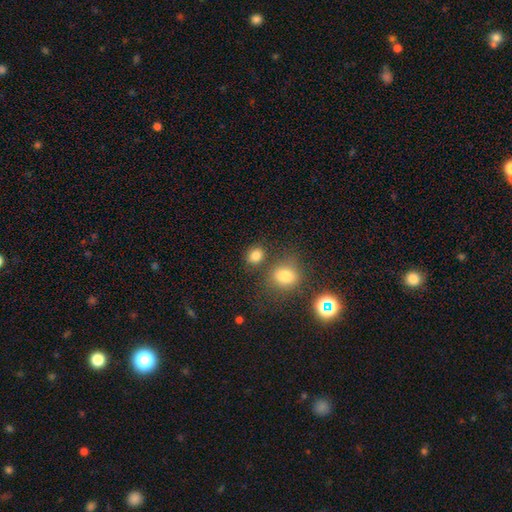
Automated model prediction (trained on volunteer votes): The model was most divided on "how rounded": round: 51%, in between: 48%, cigar-shaped: 1%. More confident: smooth or featured — smooth (81%); merging — none (71%).